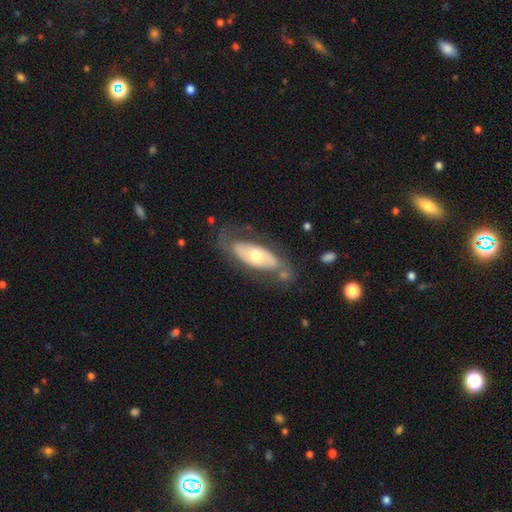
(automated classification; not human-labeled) The model was most divided on "smooth or featured": featured or disk: 60%, smooth: 35%, star or artifact: 5%. More confident: edge-on disk — no (82%); merging — none (59%).